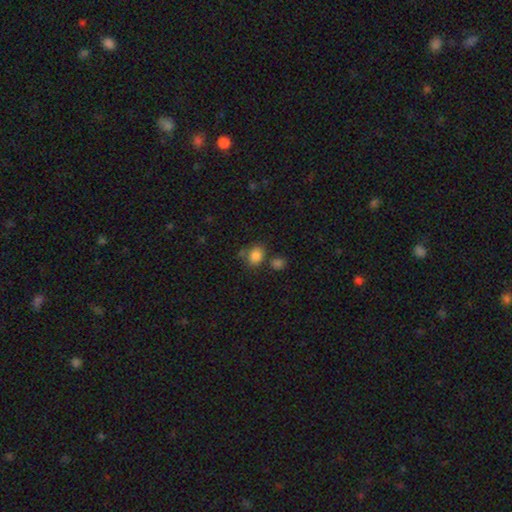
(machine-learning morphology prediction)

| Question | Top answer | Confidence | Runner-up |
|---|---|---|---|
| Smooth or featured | smooth | 84% | star or artifact (11%) |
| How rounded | round | 55% | in between (44%) |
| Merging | none | 65% | minor disturbance (15%) |